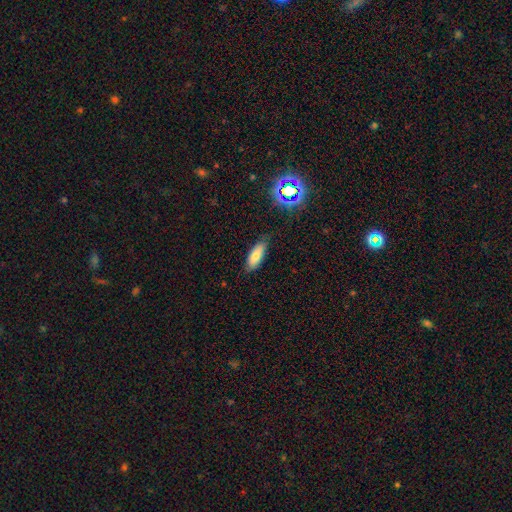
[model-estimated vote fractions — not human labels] Smooth or featured? Predicted: smooth (p=0.74). How rounded? Predicted: in between (p=0.72). Merging? Predicted: none (p=0.77).